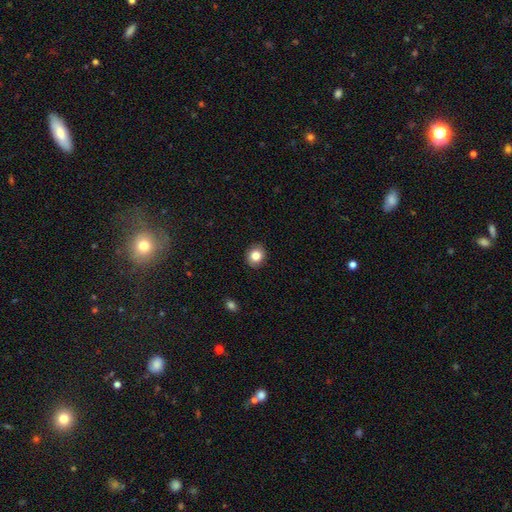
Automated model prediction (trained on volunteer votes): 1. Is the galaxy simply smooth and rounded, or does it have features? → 83% smooth, 9% star or artifact, 8% featured or disk.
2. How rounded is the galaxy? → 75% round, 24% in between, 1% cigar-shaped.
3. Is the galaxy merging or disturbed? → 90% none, 7% minor disturbance, 2% major disturbance, 1% merger.